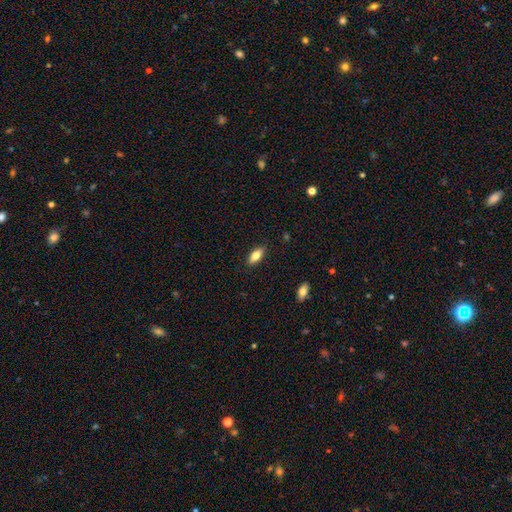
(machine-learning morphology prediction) smooth-or-featured: smooth: 76% | featured or disk: 17% | star or artifact: 7%
  how-rounded: in between: 82% | cigar-shaped: 15% | round: 3%
  merging: none: 87% | minor disturbance: 10% | major disturbance: 2% | merger: 1%